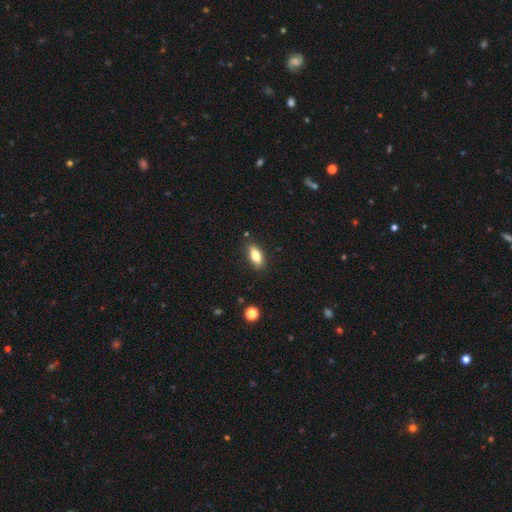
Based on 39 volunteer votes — Overall: smooth (79%). How rounded: in between (65%; cigar-shaped 32%). Merging: none (80%).